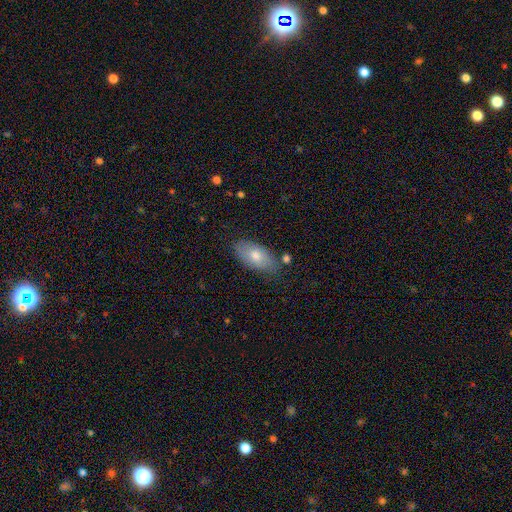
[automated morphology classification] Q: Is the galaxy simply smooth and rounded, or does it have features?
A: smooth — 73%.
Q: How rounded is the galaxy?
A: in between — 92%.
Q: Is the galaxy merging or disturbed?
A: none — 78%.